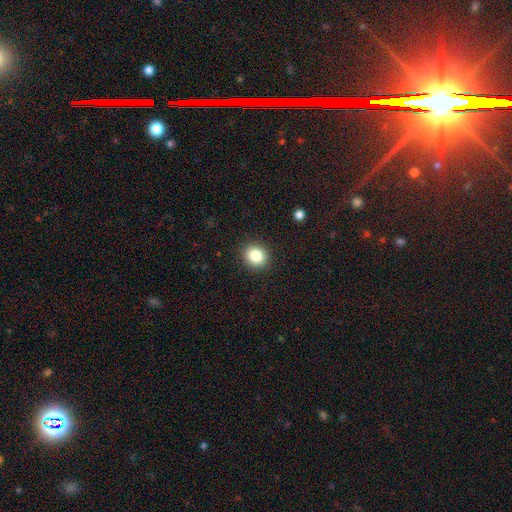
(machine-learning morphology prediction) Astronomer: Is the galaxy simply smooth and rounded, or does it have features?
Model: smooth — 84%.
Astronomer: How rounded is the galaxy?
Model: round — 73%.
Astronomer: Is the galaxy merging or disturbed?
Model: none — 91%.